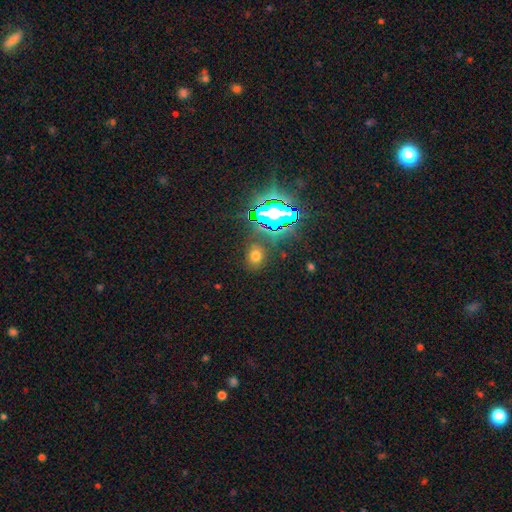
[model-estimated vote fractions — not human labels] smooth-or-featured: smooth: 60% | star or artifact: 32% | featured or disk: 8%
  how-rounded: in between: 53% | round: 45% | cigar-shaped: 2%
  merging: none: 83% | minor disturbance: 10% | major disturbance: 4% | merger: 3%